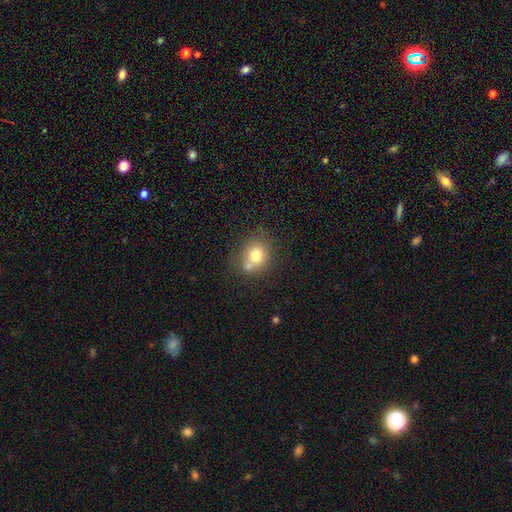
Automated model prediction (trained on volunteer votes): A smooth galaxy with no disk features (74%) that is round (66%). Merging: none (49%).